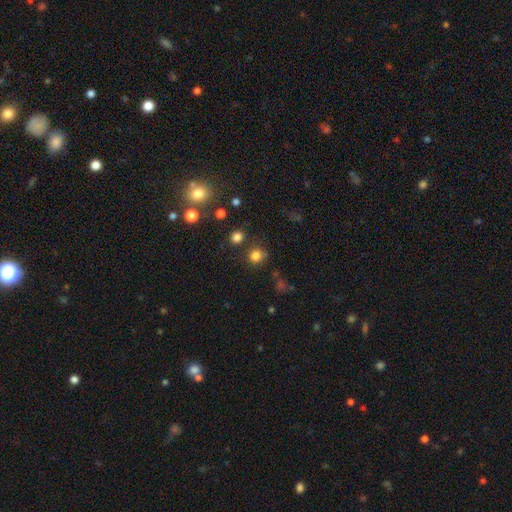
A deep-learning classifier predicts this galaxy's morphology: Overall: smooth (79%). How rounded: round (88%). Merging: none (79%).